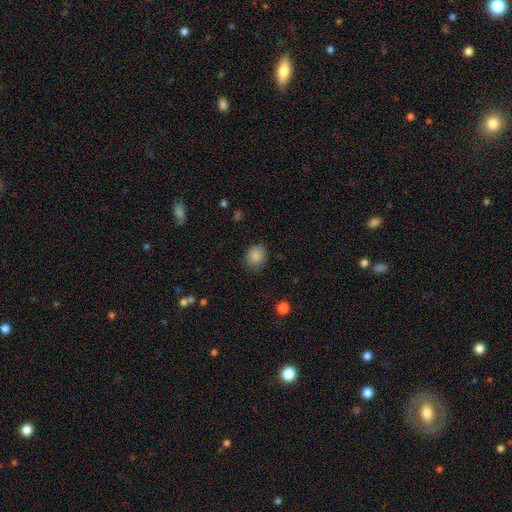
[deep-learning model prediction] smooth_or_featured: smooth (p=0.86) [alt: star or artifact p=0.09]
how_rounded: round (p=0.63) [alt: in between p=0.36]
merging: none (p=0.81) [alt: minor disturbance p=0.14]